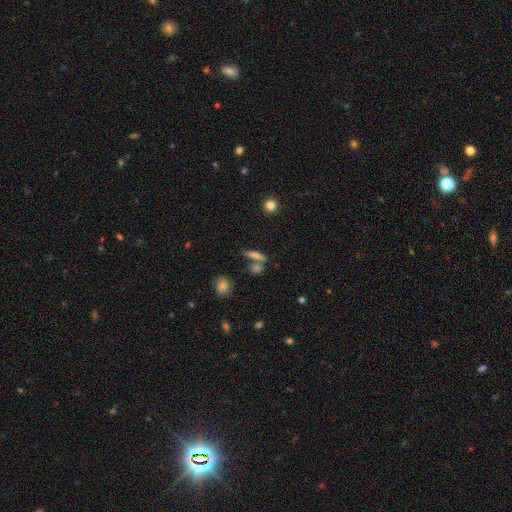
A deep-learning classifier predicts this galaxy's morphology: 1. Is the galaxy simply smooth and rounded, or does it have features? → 60% smooth, 29% featured or disk, 11% star or artifact.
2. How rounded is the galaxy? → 62% cigar-shaped, 30% in between, 8% round.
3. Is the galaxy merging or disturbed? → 53% none, 31% merger, 11% minor disturbance, 5% major disturbance.